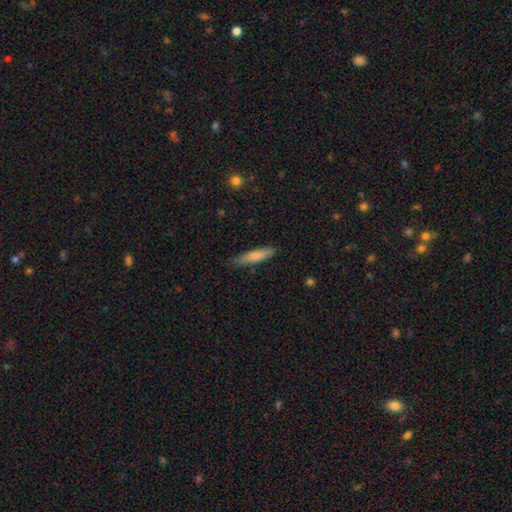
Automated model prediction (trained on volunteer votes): smooth_or_featured: smooth (p=0.78) [alt: featured or disk p=0.16]
how_rounded: cigar-shaped (p=0.78) [alt: in between p=0.20]
merging: none (p=0.80) [alt: minor disturbance p=0.16]